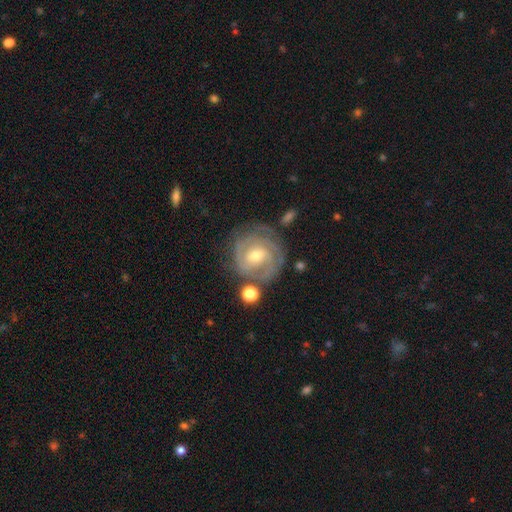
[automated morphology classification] Smooth or featured? featured or disk (84%)
Edge-on disk? no (97%)
Bar? weak (46%)
Spiral arms? yes (95%)
Spiral winding? tight (71%)
Spiral arm count? 2 (32%)
Bulge size? moderate (57%)
Merging? none (73%)